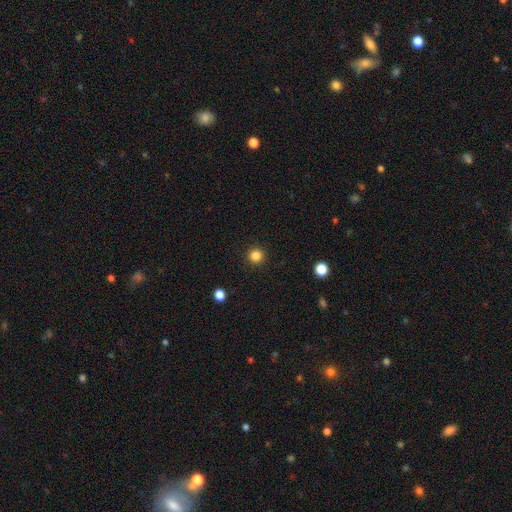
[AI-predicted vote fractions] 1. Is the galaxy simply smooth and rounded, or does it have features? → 85% smooth, 12% star or artifact, 3% featured or disk.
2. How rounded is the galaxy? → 96% round, 3% in between, 1% cigar-shaped.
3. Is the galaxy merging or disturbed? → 93% none, 4% minor disturbance, 2% major disturbance, 1% merger.